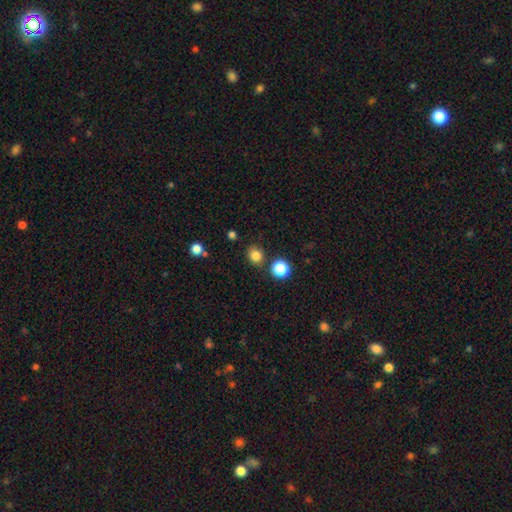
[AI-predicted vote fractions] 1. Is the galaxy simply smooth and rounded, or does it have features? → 82% smooth, 13% star or artifact, 5% featured or disk.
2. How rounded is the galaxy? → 72% round, 28% in between, 1% cigar-shaped.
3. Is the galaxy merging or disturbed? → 83% none, 9% minor disturbance, 5% merger, 3% major disturbance.